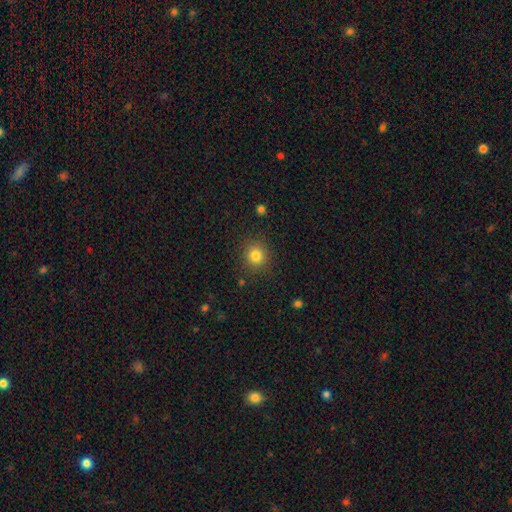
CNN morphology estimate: smooth 81%, star or artifact 13%, featured or disk 6%. Down the decision tree: how rounded — round (88%); merging — none (88%).